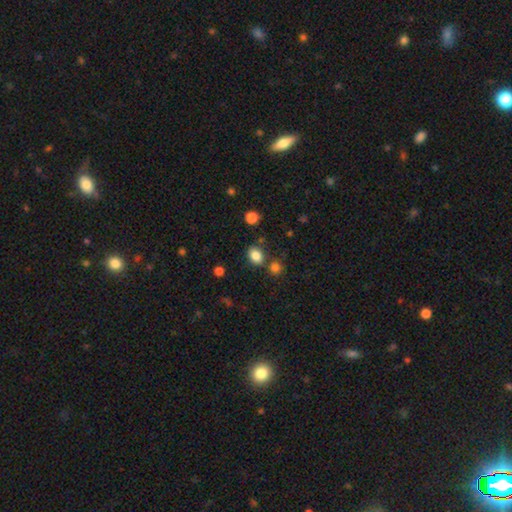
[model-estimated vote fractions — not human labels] This appears to be a smooth galaxy with no disk features (84%) that is in between round and cigar-shaped (66%). Merging: none (75%).